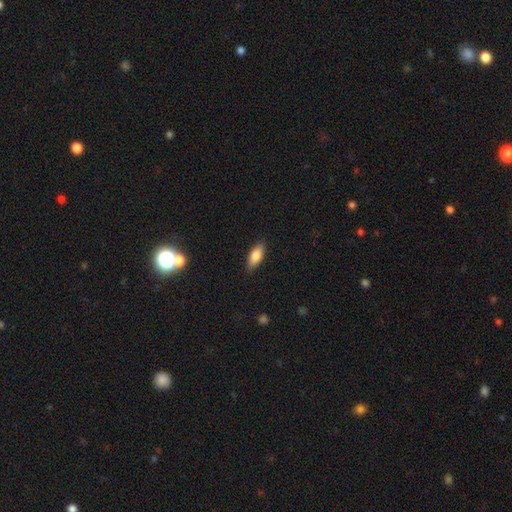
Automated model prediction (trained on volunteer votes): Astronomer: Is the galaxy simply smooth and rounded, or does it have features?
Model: smooth — 81%.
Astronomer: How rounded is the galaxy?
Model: in between — 80%.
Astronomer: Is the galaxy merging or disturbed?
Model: none — 86%.